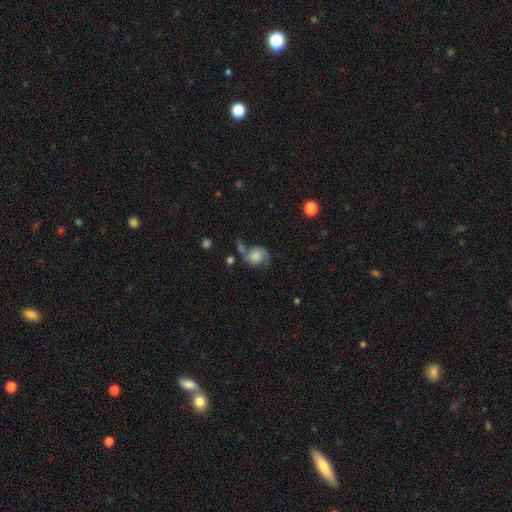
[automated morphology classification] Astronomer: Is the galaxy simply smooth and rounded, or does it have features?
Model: smooth — 48% (runner-up: featured or disk, 42%).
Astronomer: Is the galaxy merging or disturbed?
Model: none — 44% (runner-up: minor disturbance, 24%).